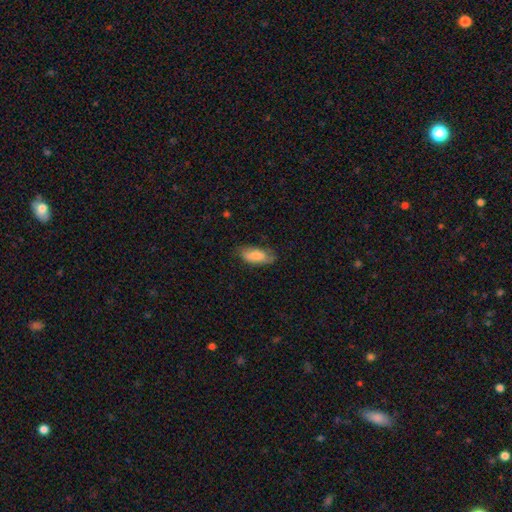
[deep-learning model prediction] This is likely a smooth galaxy (75%). How rounded: clearly in between (84%). Merging: likely none (69%).